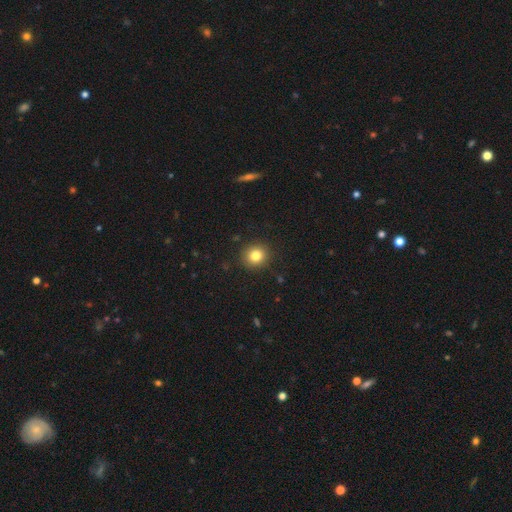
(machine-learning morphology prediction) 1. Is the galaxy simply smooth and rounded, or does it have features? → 81% smooth, 12% star or artifact, 7% featured or disk.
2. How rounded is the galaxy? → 87% round, 12% in between, 1% cigar-shaped.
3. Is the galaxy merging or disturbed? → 91% none, 6% minor disturbance, 2% major disturbance, 1% merger.